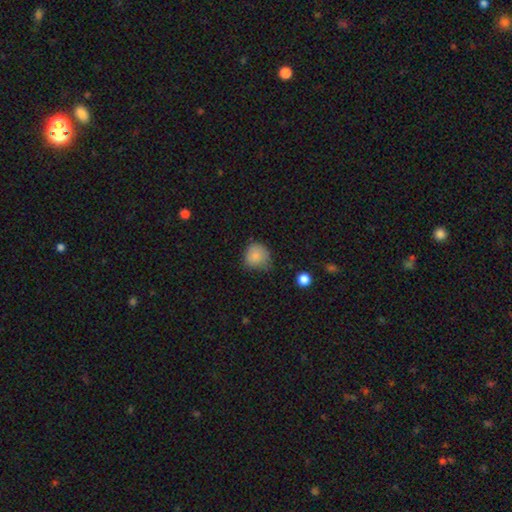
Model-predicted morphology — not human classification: smooth_or_featured: smooth (p=0.81) [alt: star or artifact p=0.10]
how_rounded: round (p=0.83) [alt: in between p=0.16]
merging: none (p=0.57) [alt: minor disturbance p=0.33]